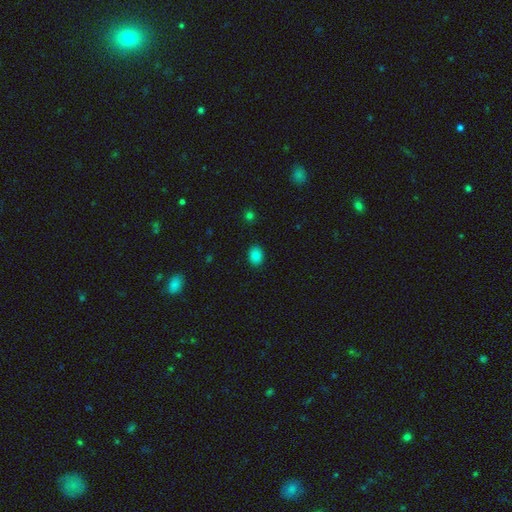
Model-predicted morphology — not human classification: Smooth or featured?
  - smooth: 83% *
  - star or artifact: 11%
  - featured or disk: 6%
How rounded?
  - in between: 66% *
  - round: 33%
  - cigar-shaped: 1%
Merging?
  - none: 89% *
  - minor disturbance: 8%
  - major disturbance: 2%
  - merger: 1%